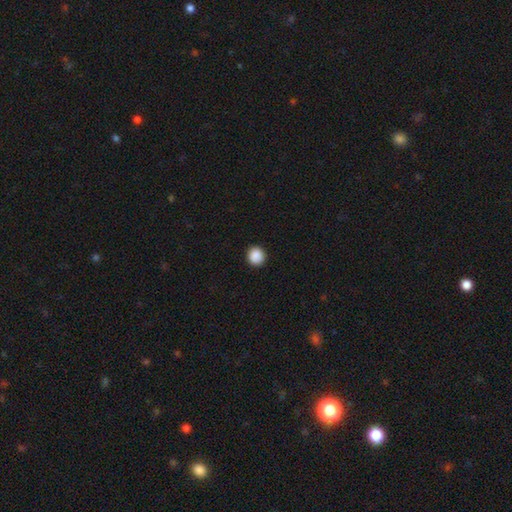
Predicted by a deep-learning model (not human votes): Smooth or featured? Predicted: smooth (p=0.89). How rounded? Predicted: round (p=0.92). Merging? Predicted: none (p=0.92).